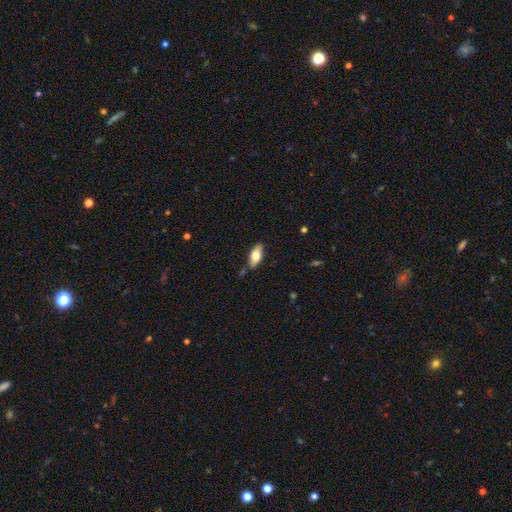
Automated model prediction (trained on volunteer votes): A smooth galaxy with no disk features (70%) that is in between round and cigar-shaped (84%). Merging: none (79%).